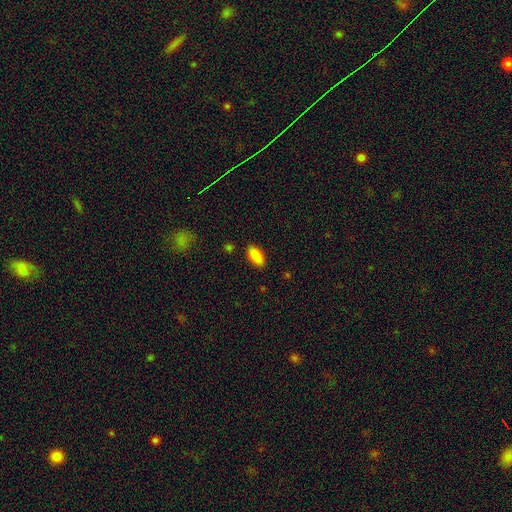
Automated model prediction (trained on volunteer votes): Smooth or featured: smooth — 88% (star or artifact — 8%)
How rounded: in between — 89% (cigar-shaped — 9%)
Merging: none — 87% (minor disturbance — 9%)